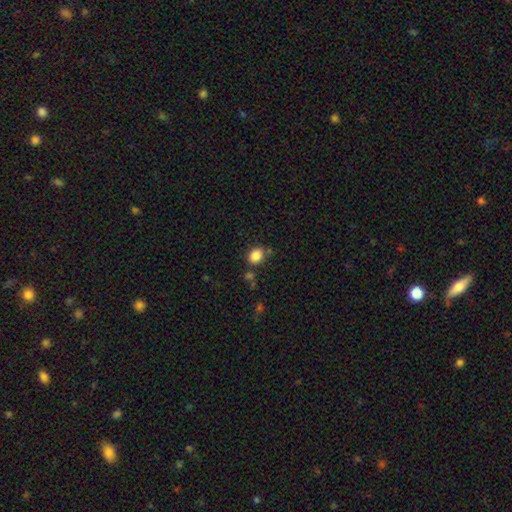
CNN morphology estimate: smooth_or_featured: smooth (p=0.86) [alt: star or artifact p=0.10]
how_rounded: round (p=0.50) [alt: in between p=0.49]
merging: none (p=0.73) [alt: minor disturbance p=0.14]